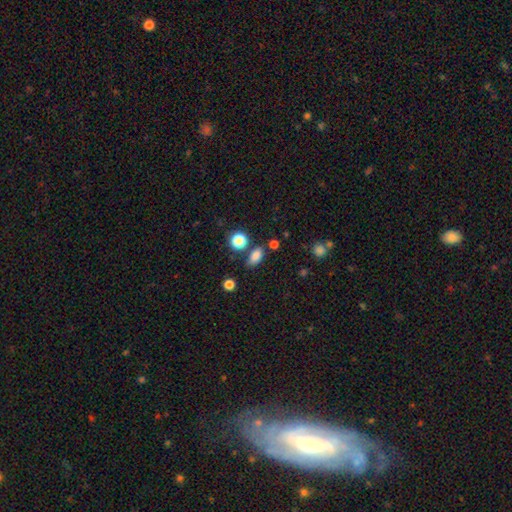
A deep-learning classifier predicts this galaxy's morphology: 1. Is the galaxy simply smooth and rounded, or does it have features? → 81% smooth, 12% star or artifact, 6% featured or disk.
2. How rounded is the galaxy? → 79% in between, 14% round, 7% cigar-shaped.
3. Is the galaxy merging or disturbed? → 73% none, 15% minor disturbance, 7% merger, 4% major disturbance.